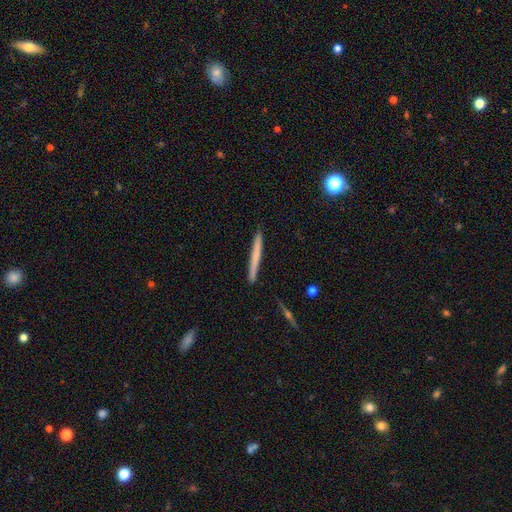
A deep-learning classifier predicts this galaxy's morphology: Smooth or featured? Predicted: smooth (p=0.59). How rounded? Predicted: cigar-shaped (p=0.97). Merging? Predicted: none (p=0.91).